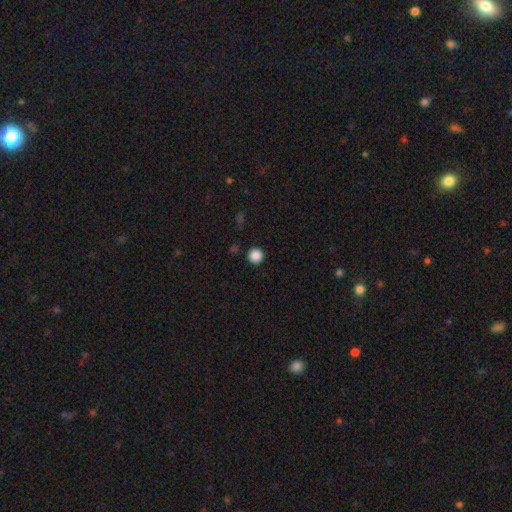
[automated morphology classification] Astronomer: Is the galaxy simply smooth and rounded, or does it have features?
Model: smooth — 87%.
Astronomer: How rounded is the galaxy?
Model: round — 96%.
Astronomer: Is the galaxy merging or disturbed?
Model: none — 93%.